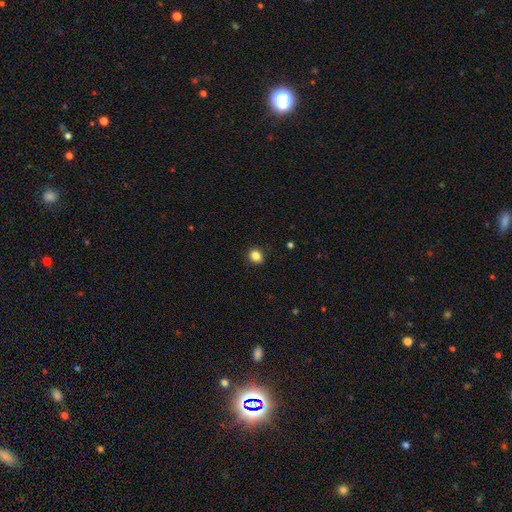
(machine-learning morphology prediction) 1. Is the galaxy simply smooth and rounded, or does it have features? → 86% smooth, 10% star or artifact, 3% featured or disk.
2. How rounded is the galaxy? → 66% round, 33% in between, 1% cigar-shaped.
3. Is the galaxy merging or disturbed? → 89% none, 8% minor disturbance, 2% major disturbance, 1% merger.